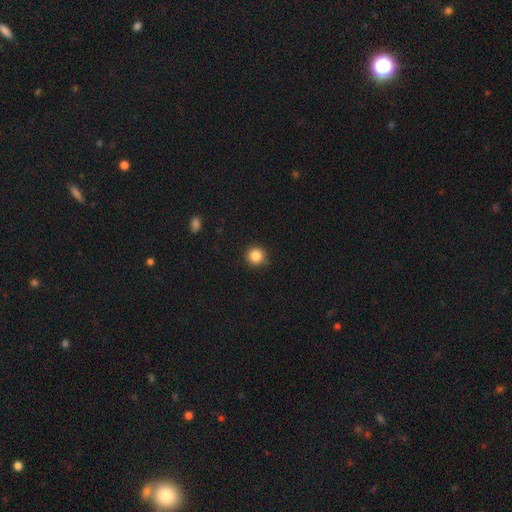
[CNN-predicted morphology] A smooth galaxy with no disk features (86%) that is round (95%).

Vote fractions:
- Smooth or featured? smooth: 86% / star or artifact: 11% / featured or disk: 4%
- How rounded? round: 95% / in between: 4% / cigar-shaped: 1%
- Merging? none: 90% / minor disturbance: 7% / major disturbance: 2% / merger: 1%